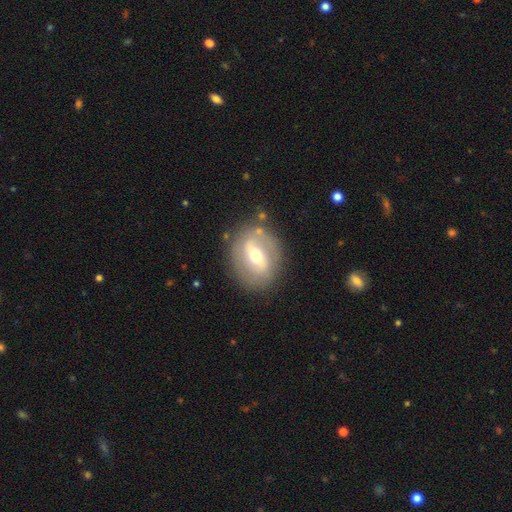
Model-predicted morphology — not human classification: Smooth or featured? Predicted: featured or disk (p=0.64). Edge-on disk? Predicted: no (p=0.91). Bar? Predicted: strong (p=0.47). Spiral arms? Predicted: no (p=0.53). Bulge size? Predicted: moderate (p=0.61). Merging? Predicted: none (p=0.80).